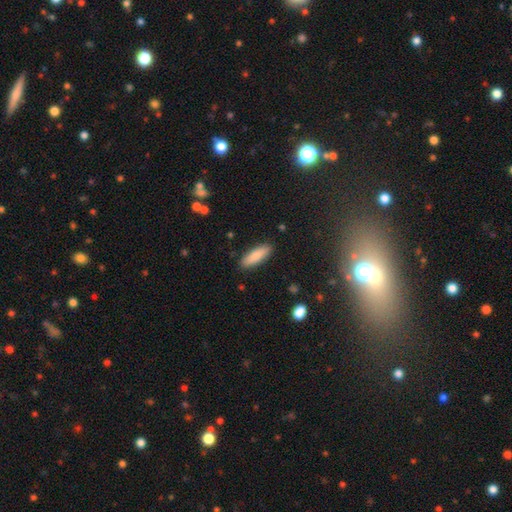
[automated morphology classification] smooth_or_featured: smooth (p=0.85) [alt: featured or disk p=0.09]
how_rounded: in between (p=0.54) [alt: cigar-shaped p=0.44]
merging: none (p=0.88) [alt: minor disturbance p=0.09]